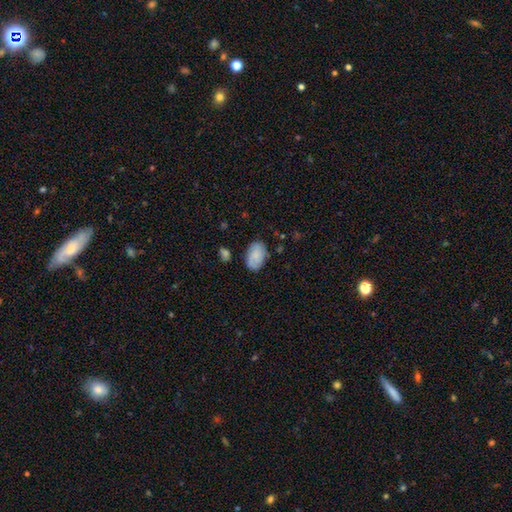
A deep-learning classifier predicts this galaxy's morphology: Smooth or featured? Predicted: smooth (p=0.75). How rounded? Predicted: in between (p=0.90). Merging? Predicted: none (p=0.75).